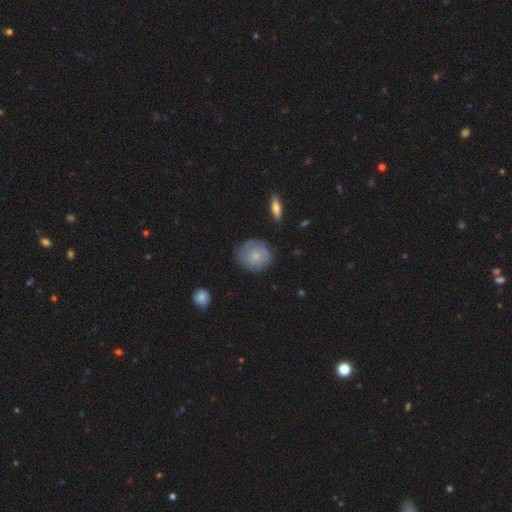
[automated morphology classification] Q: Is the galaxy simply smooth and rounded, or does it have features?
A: smooth — 52%.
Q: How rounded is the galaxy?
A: round — 84%.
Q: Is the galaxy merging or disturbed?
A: none — 75%.